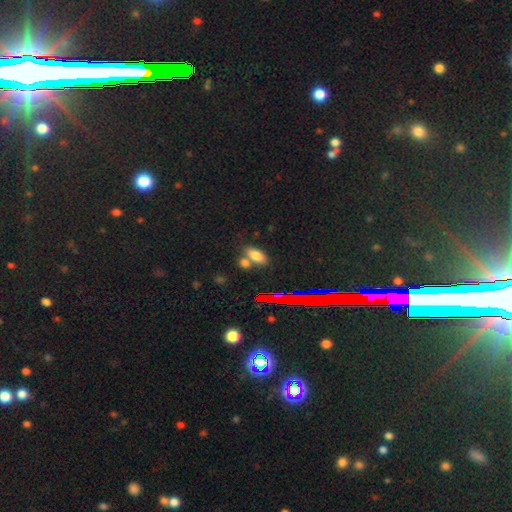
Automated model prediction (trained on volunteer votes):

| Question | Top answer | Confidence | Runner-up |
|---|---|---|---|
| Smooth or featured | smooth | 74% | star or artifact (16%) |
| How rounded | in between | 84% | cigar-shaped (10%) |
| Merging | none | 56% | merger (29%) |